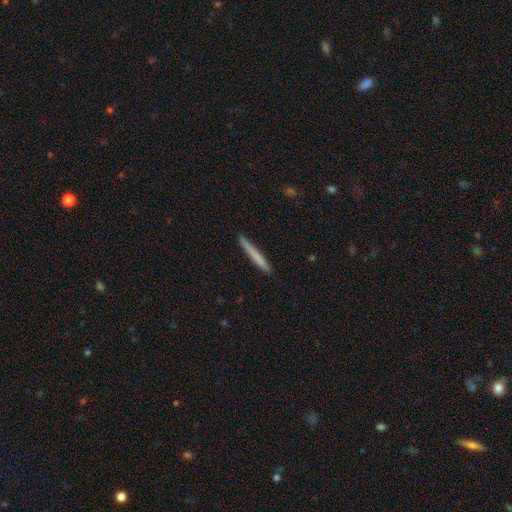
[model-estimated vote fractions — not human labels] Smooth or featured?
  - smooth: 71% *
  - featured or disk: 23%
  - star or artifact: 6%
How rounded?
  - cigar-shaped: 97% *
  - in between: 2%
  - round: 1%
Merging?
  - none: 90% *
  - minor disturbance: 7%
  - major disturbance: 1%
  - merger: 1%